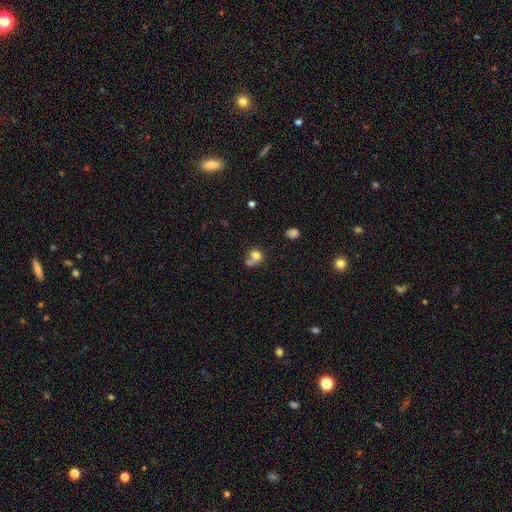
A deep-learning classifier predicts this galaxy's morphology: Smooth or featured? smooth (73%)
How rounded? round (64%)
Merging? merger (38%)